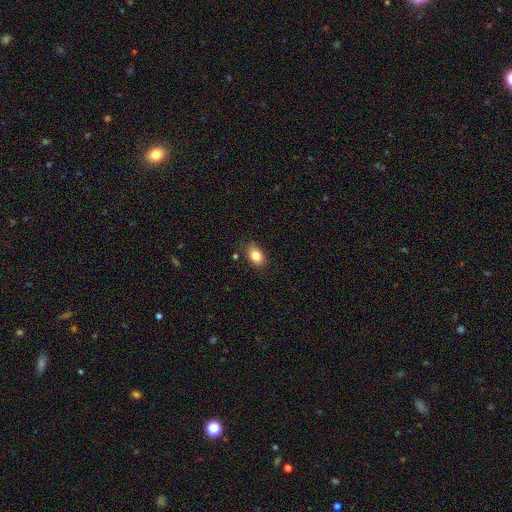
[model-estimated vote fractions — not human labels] Q: Smooth or featured?
A: smooth (83%); runner-up: star or artifact (9%)
Q: How rounded?
A: in between (76%); runner-up: round (22%)
Q: Merging?
A: none (79%); runner-up: minor disturbance (16%)